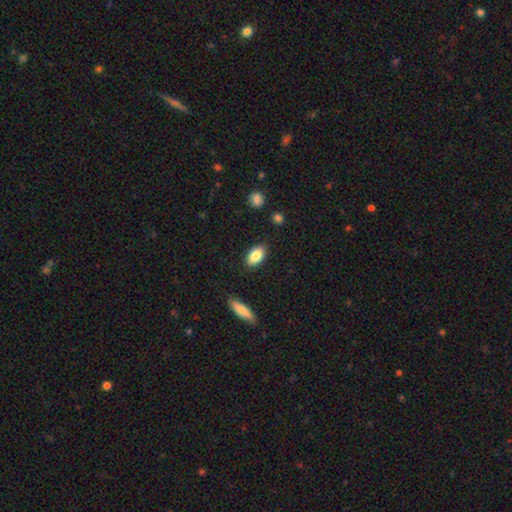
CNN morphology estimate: This appears to be a smooth galaxy with no disk features (85%) that is in between round and cigar-shaped (92%). Merging: none (87%).